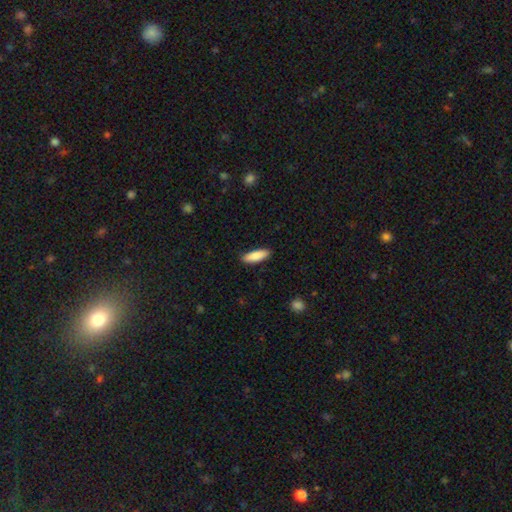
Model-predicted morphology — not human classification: Q: Smooth or featured?
A: smooth (88%); runner-up: featured or disk (7%)
Q: How rounded?
A: in between (54%); runner-up: cigar-shaped (44%)
Q: Merging?
A: none (89%); runner-up: minor disturbance (8%)